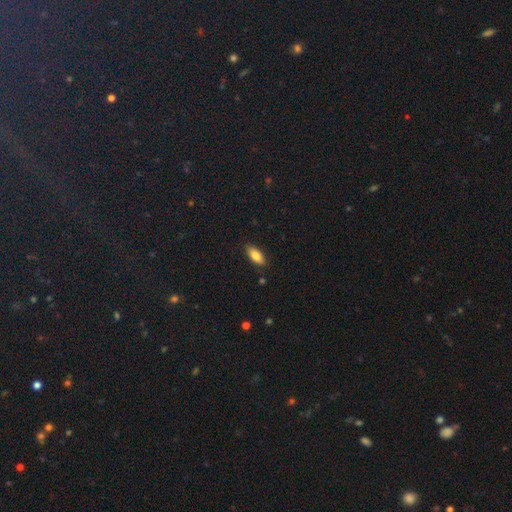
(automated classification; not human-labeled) The model was most divided on "how rounded": in between: 82%, cigar-shaped: 16%, round: 2%. More confident: merging — none (86%); smooth or featured — smooth (83%).